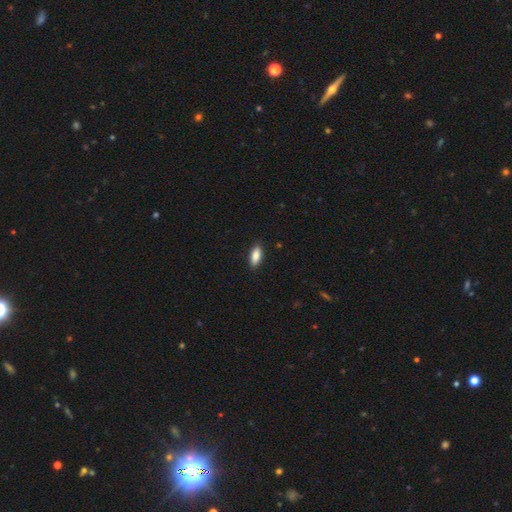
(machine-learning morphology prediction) type=smooth (88%); roundness=in between (81%); merging=none (89%).